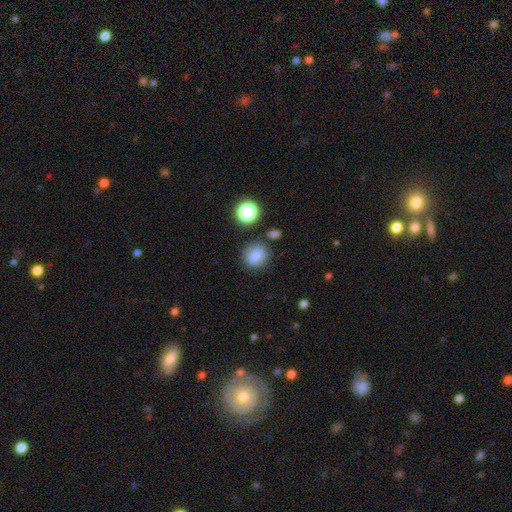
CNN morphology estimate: The model was most divided on "how rounded": round: 59%, in between: 39%, cigar-shaped: 2%. More confident: smooth or featured — smooth (81%); merging — none (75%).